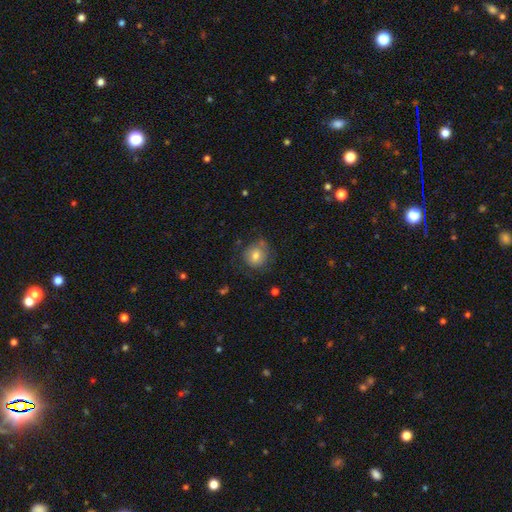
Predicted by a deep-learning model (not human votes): Smooth or featured? smooth (73%)
How rounded? round (85%)
Merging? none (69%)